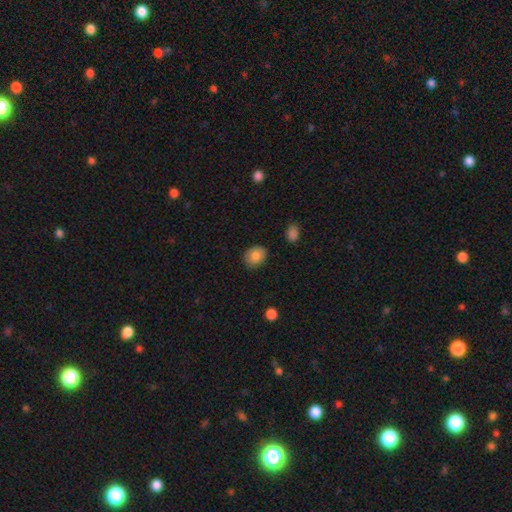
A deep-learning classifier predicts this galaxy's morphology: Smooth or featured?
  - smooth: 84% *
  - featured or disk: 8%
  - star or artifact: 8%
How rounded?
  - in between: 54% *
  - round: 45%
  - cigar-shaped: 1%
Merging?
  - none: 83% *
  - minor disturbance: 13%
  - major disturbance: 2%
  - merger: 1%